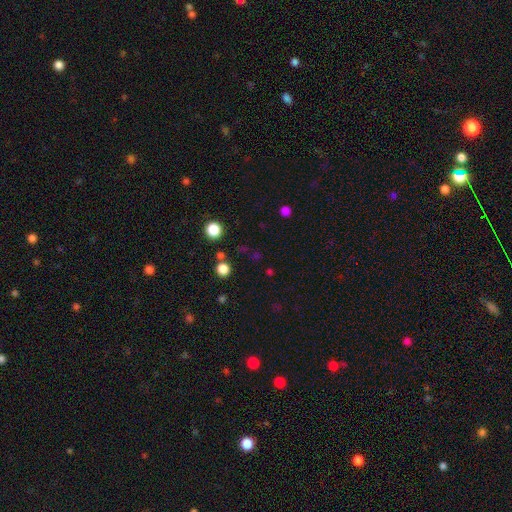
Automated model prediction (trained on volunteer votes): Smooth or featured?
  - smooth: 58% *
  - star or artifact: 36%
  - featured or disk: 6%
How rounded?
  - round: 88% *
  - in between: 11%
  - cigar-shaped: 1%
Merging?
  - none: 79% *
  - merger: 9%
  - minor disturbance: 8%
  - major disturbance: 4%